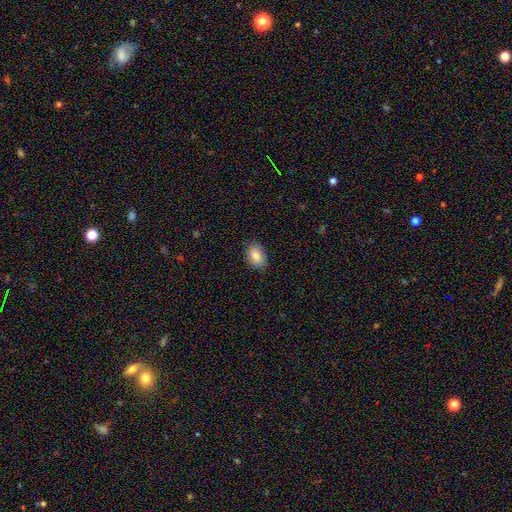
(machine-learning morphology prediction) This is clearly a smooth galaxy (84%). How rounded: clearly in between (82%). Merging: clearly none (86%).